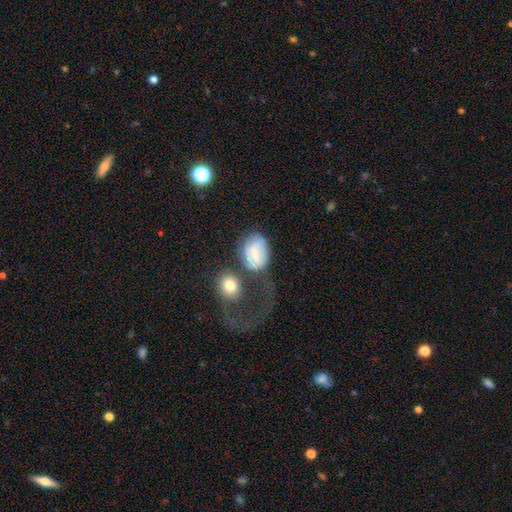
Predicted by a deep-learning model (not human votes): smooth 56%, featured or disk 35%, star or artifact 9%. Down the decision tree: how rounded — in between (70%); merging — none (41%).